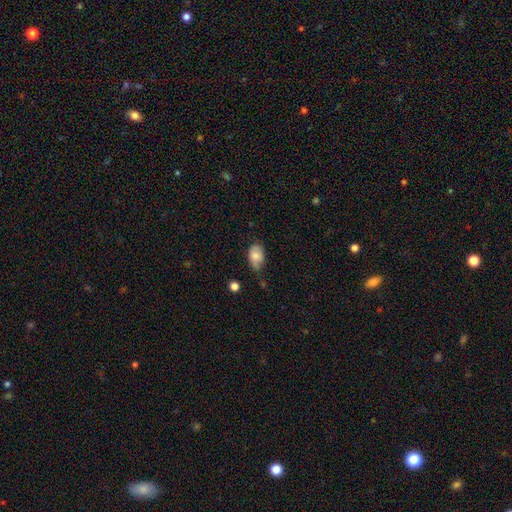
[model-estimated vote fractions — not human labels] A smooth galaxy with no disk features (78%) that is in between round and cigar-shaped (85%).

Vote fractions:
- Smooth or featured? smooth: 78% / featured or disk: 14% / star or artifact: 8%
- How rounded? in between: 85% / round: 13% / cigar-shaped: 1%
- Merging? none: 47% / minor disturbance: 40% / major disturbance: 10% / merger: 3%